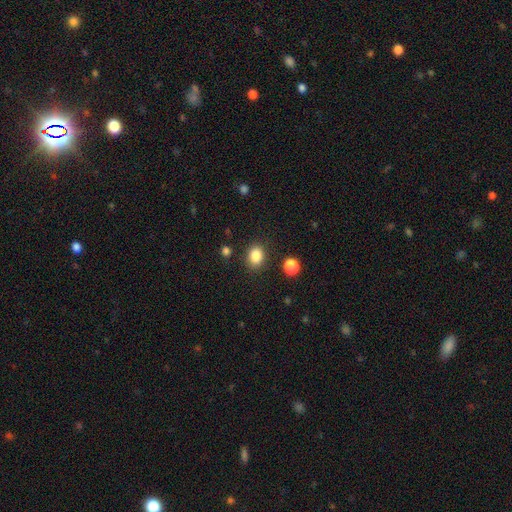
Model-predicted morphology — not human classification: A smooth galaxy with no disk features (85%) that is in between round and cigar-shaped (50%). Merging: none (85%).